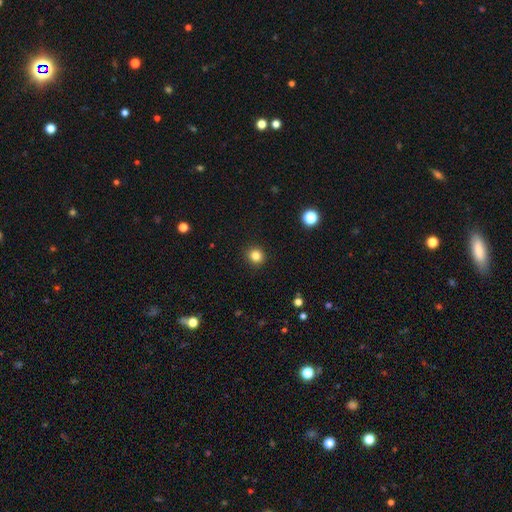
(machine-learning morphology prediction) smooth_or_featured: smooth (p=0.83) [alt: star or artifact p=0.12]
how_rounded: round (p=0.90) [alt: in between p=0.09]
merging: none (p=0.92) [alt: minor disturbance p=0.05]